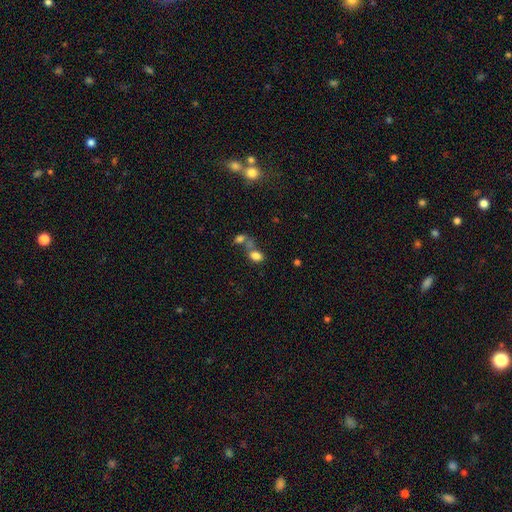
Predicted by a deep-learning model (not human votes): The model was most divided on "merging": merger: 47%, none: 35%, minor disturbance: 11%, major disturbance: 8%. More confident: smooth or featured — smooth (79%); how rounded — in between (78%).